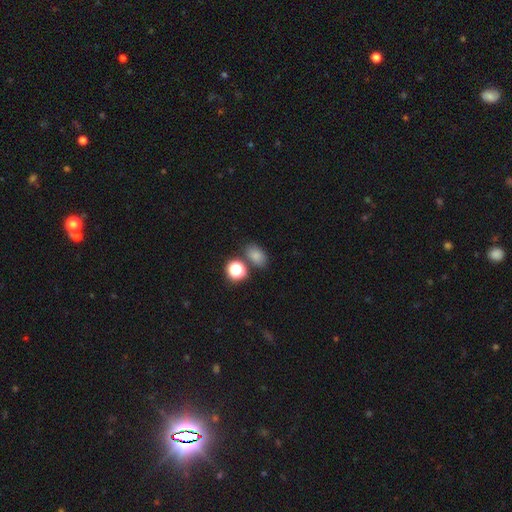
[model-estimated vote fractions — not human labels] This is likely a smooth galaxy (78%). How rounded: likely in between (75%). Merging: likely none (73%).